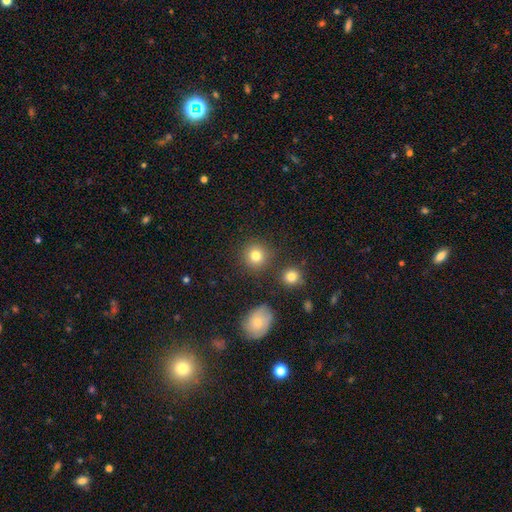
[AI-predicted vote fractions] A smooth galaxy with no disk features (81%) that is round (92%). Merging: none (85%).